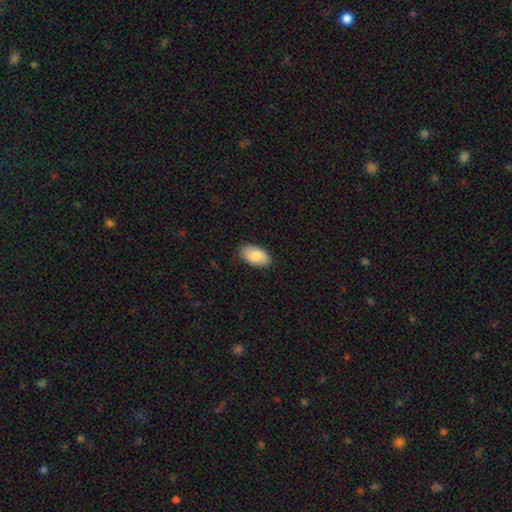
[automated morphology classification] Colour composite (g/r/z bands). It shows a smooth galaxy with no disk features (85%) that is in between round and cigar-shaped (95%). Merging: none (85%).